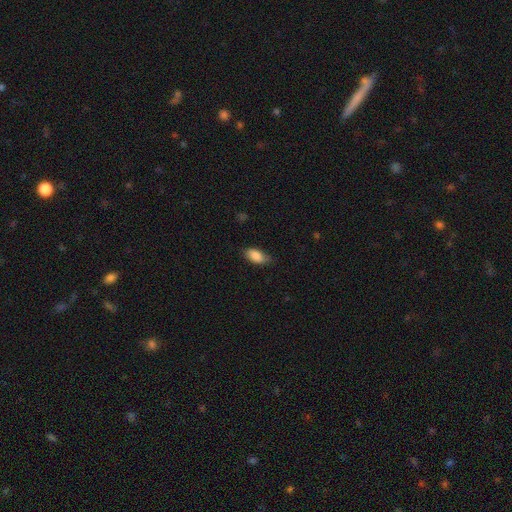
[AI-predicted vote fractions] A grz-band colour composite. It shows a smooth galaxy with no disk features (86%) that is in between round and cigar-shaped (91%). Merging: none (69%).